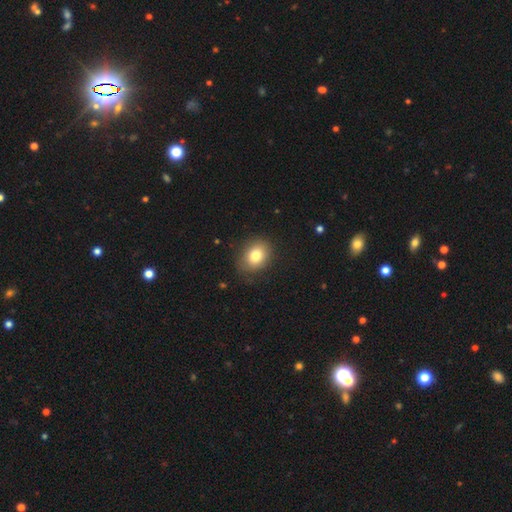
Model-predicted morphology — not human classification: Smooth or featured: smooth — 79% (featured or disk — 11%)
How rounded: in between — 52% (round — 47%)
Merging: none — 82% (minor disturbance — 13%)